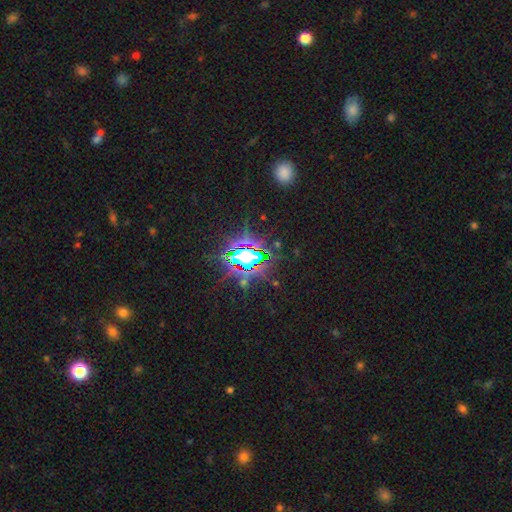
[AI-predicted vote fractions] smooth-or-featured: star or artifact: 82% | smooth: 11% | featured or disk: 7%